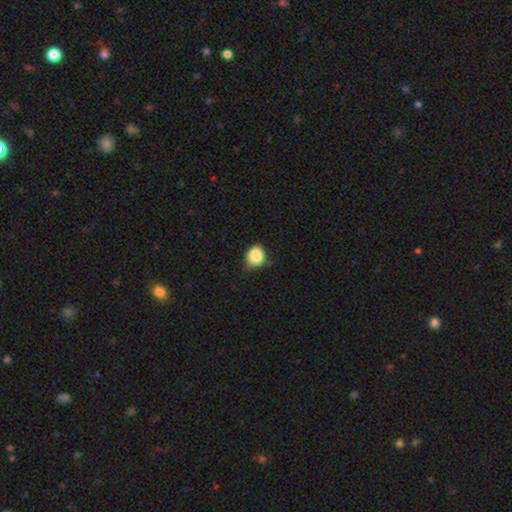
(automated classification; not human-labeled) A smooth galaxy with no disk features (86%) that is round (69%). Merging: none (59%).